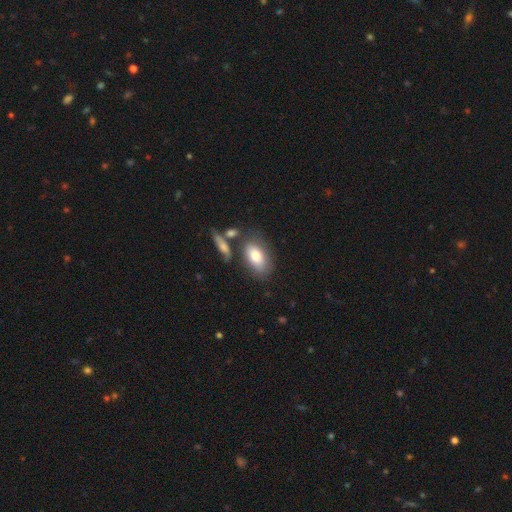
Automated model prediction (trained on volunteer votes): Morphology: type=smooth (77%); roundness=in between (91%); merging=none (66%).